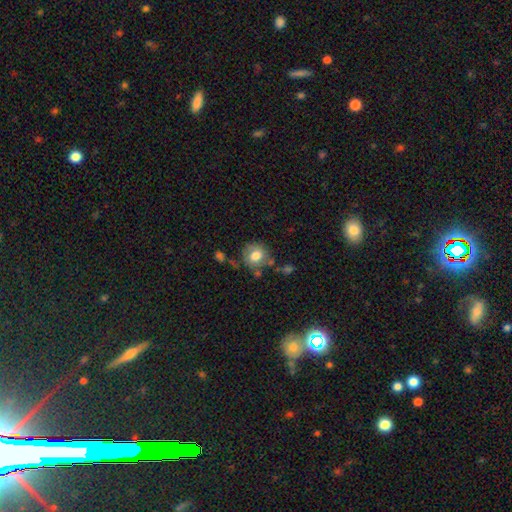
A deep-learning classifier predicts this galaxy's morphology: A smooth galaxy with no disk features (77%) that is round (83%).

Vote fractions:
- Smooth or featured? smooth: 77% / featured or disk: 14% / star or artifact: 9%
- How rounded? round: 83% / in between: 16% / cigar-shaped: 1%
- Merging? none: 70% / minor disturbance: 17% / merger: 8% / major disturbance: 6%